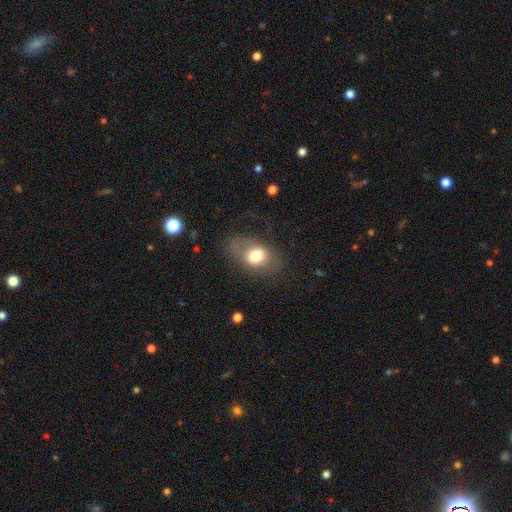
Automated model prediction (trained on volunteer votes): Morphology: type=smooth (68%); roundness=in between (74%); merging=none (60%).